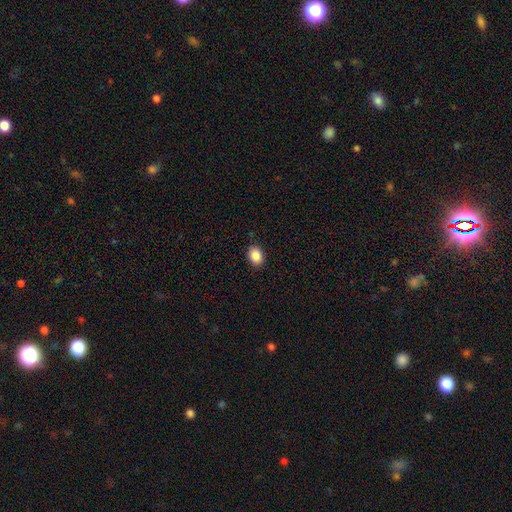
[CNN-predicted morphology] A smooth galaxy with no disk features (87%) that is in between round and cigar-shaped (63%). Merging: none (89%).